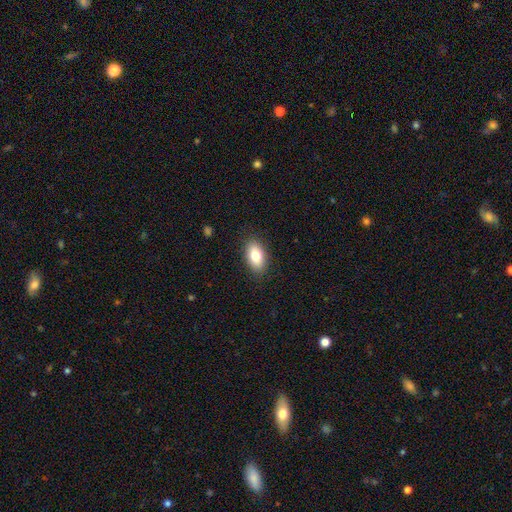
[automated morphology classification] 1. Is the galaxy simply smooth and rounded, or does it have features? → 79% smooth, 13% featured or disk, 8% star or artifact.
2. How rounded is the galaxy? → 91% in between, 6% round, 3% cigar-shaped.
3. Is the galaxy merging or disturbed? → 88% none, 9% minor disturbance, 2% major disturbance, 1% merger.